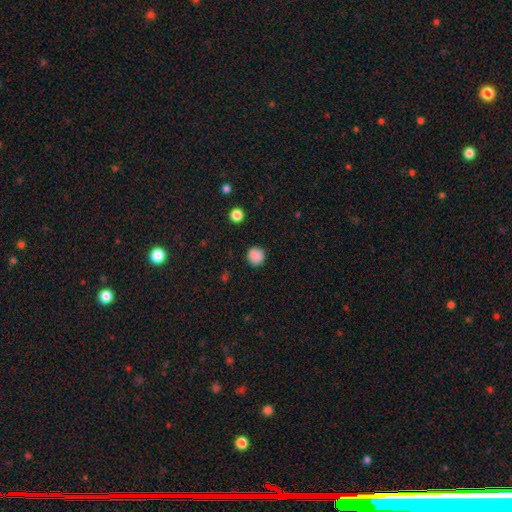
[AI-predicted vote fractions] A smooth galaxy with no disk features (86%) that is round (91%).

Vote fractions:
- Smooth or featured? smooth: 86% / star or artifact: 11% / featured or disk: 3%
- How rounded? round: 91% / in between: 8% / cigar-shaped: 1%
- Merging? none: 86% / minor disturbance: 10% / major disturbance: 3% / merger: 1%